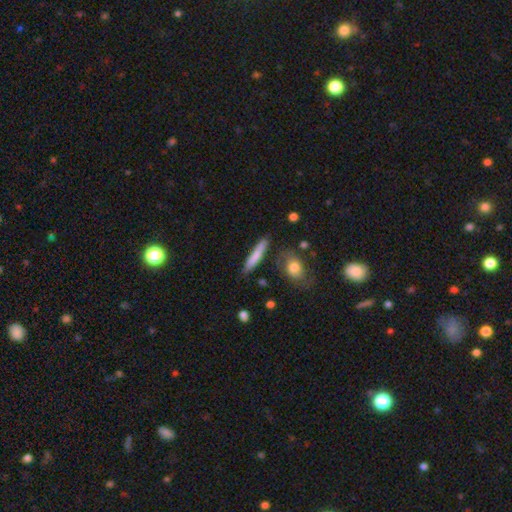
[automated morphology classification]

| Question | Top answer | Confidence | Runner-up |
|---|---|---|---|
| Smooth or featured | smooth | 75% | featured or disk (19%) |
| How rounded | cigar-shaped | 89% | in between (9%) |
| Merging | none | 78% | minor disturbance (14%) |